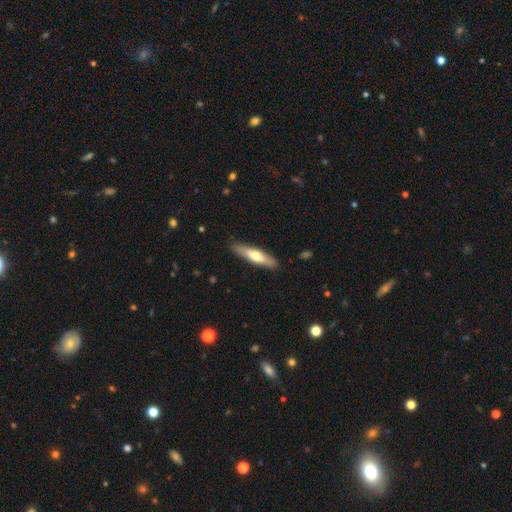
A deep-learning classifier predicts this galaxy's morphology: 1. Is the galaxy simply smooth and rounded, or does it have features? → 53% smooth, 42% featured or disk, 5% star or artifact.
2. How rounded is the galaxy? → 79% cigar-shaped, 20% in between, 2% round.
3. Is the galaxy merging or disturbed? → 87% none, 10% minor disturbance, 2% major disturbance, 1% merger.